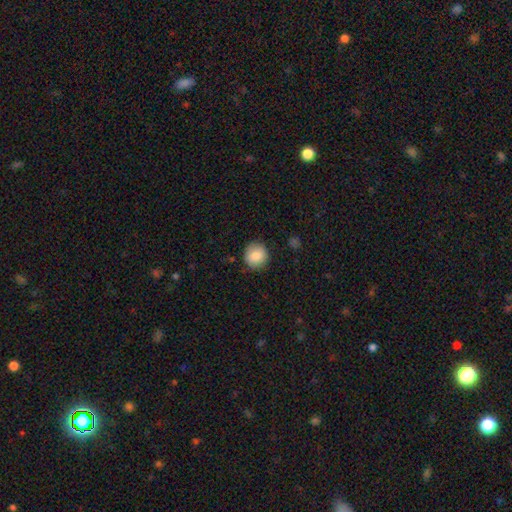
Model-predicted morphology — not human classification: This is clearly a smooth galaxy (86%). How rounded: clearly round (89%). Merging: clearly none (86%).